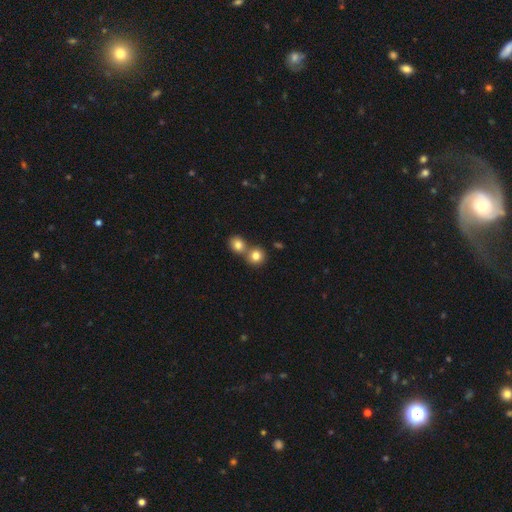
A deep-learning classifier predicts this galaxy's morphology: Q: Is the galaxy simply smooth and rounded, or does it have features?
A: smooth — 81%.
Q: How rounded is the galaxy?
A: round — 87%.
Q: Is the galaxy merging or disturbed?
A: none — 49%.